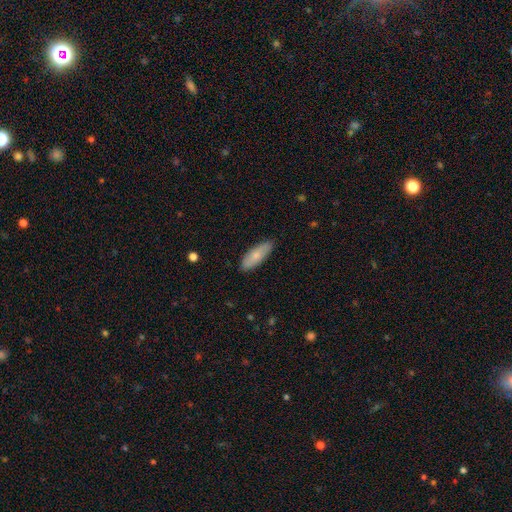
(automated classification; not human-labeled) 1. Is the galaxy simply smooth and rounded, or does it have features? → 74% smooth, 20% featured or disk, 6% star or artifact.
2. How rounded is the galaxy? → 65% in between, 33% cigar-shaped, 2% round.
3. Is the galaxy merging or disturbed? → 85% none, 12% minor disturbance, 2% major disturbance, 1% merger.